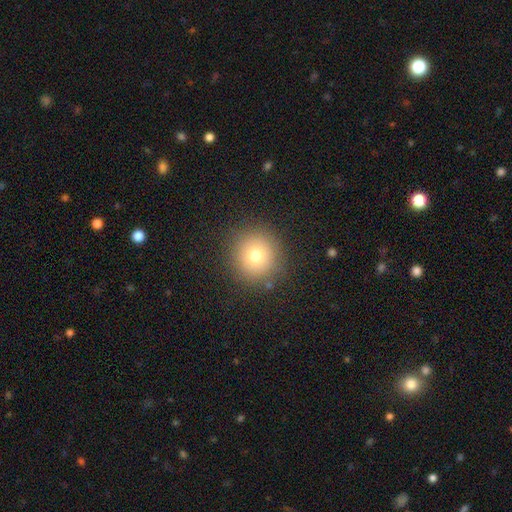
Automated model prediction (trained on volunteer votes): Overall: smooth (75%). How rounded: round (93%). Merging: none (87%).